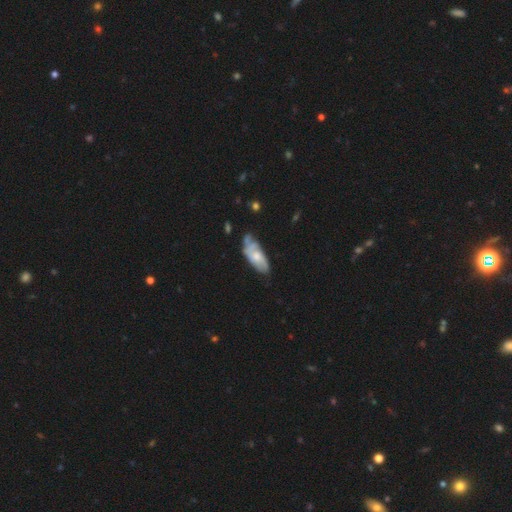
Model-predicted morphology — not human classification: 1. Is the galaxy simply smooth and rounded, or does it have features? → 53% featured or disk, 41% smooth, 6% star or artifact.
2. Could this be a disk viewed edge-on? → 88% no, 12% yes.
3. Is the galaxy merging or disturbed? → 47% none, 33% minor disturbance, 12% major disturbance, 7% merger.